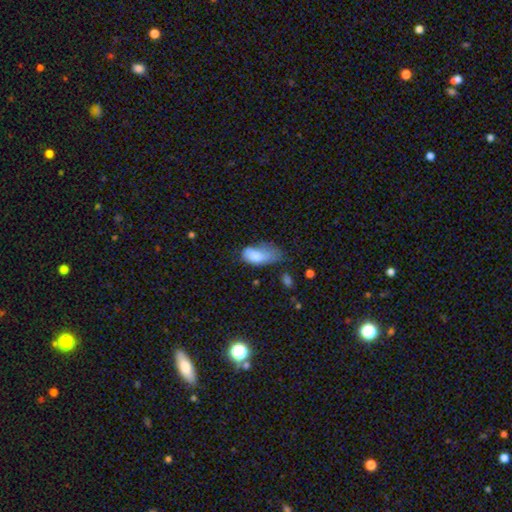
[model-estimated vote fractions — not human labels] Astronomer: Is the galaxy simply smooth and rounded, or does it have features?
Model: smooth — 77%.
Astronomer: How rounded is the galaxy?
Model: in between — 92%.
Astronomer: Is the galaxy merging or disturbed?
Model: minor disturbance — 39% (runner-up: major disturbance, 35%).